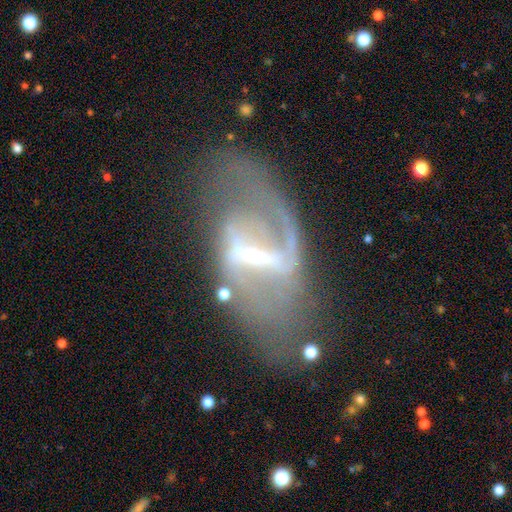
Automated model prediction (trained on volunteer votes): Smooth or featured: featured or disk — 83% (smooth — 9%)
Edge-on disk: no — 92% (yes — 8%)
Bar: strong — 72% (weak — 22%)
Spiral arms: yes — 82% (no — 18%)
Spiral winding: loose — 53% (medium — 34%)
Spiral arm count: 2 — 73% (1 — 13%)
Bulge size: small — 40% (moderate — 28%)
Merging: none — 55% (major disturbance — 22%)